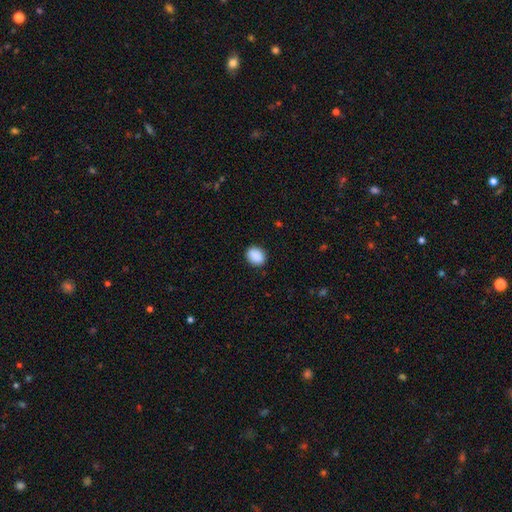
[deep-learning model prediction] Smooth or featured? smooth (90%)
How rounded? in between (54%)
Merging? none (88%)